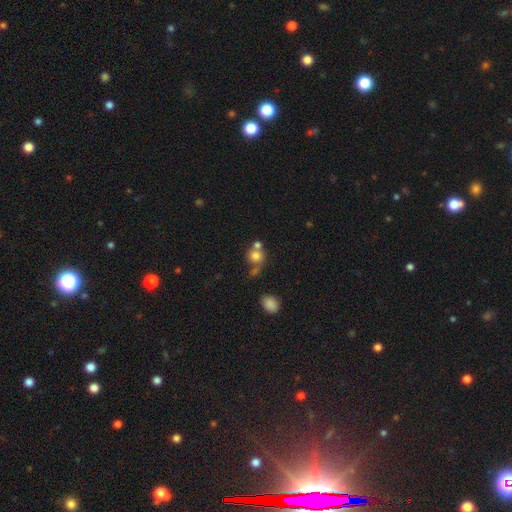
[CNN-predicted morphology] This appears to be a smooth galaxy with no disk features (76%) that is round (82%). Merging: none (45%).